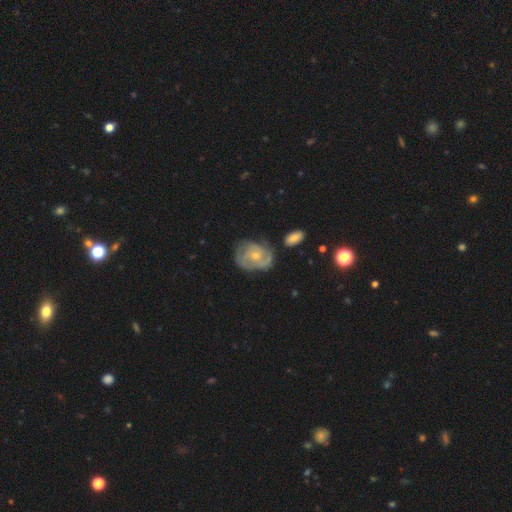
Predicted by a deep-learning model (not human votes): A featured or disk galaxy (76%) with no bar (75%), 2 (32%) tight (52%) spiral arms (88%) and a small central bulge (61%). Merging: none (59%).